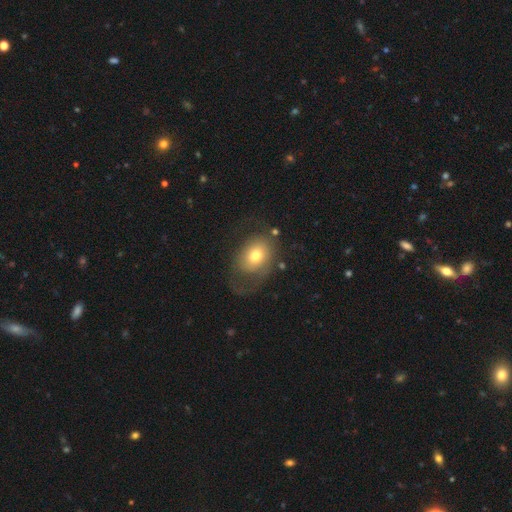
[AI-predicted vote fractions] The model was most divided on "merging": none: 42%, major disturbance: 33%, minor disturbance: 21%, merger: 3%. More confident: how rounded — in between (66%); smooth or featured — smooth (61%).